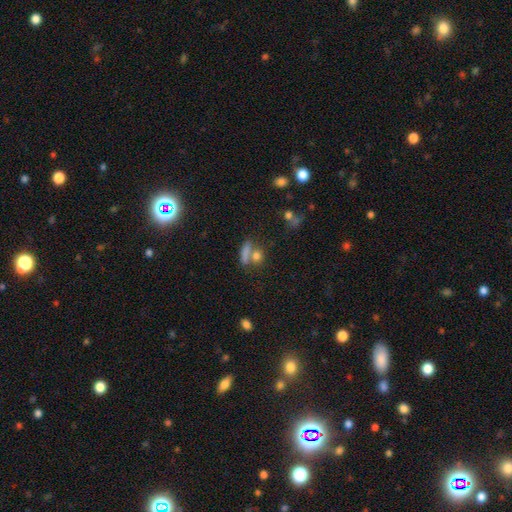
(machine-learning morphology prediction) Overall: smooth (73%). How rounded: round (41%; in between 39%). Merging: none (51%; merger 33%).